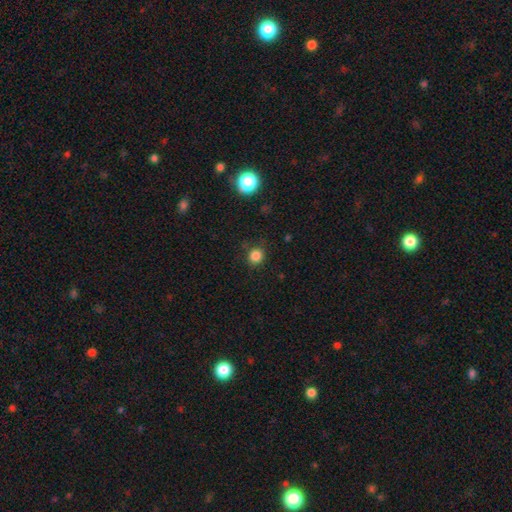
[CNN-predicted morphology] Overall: smooth (83%). How rounded: round (85%). Merging: none (85%).